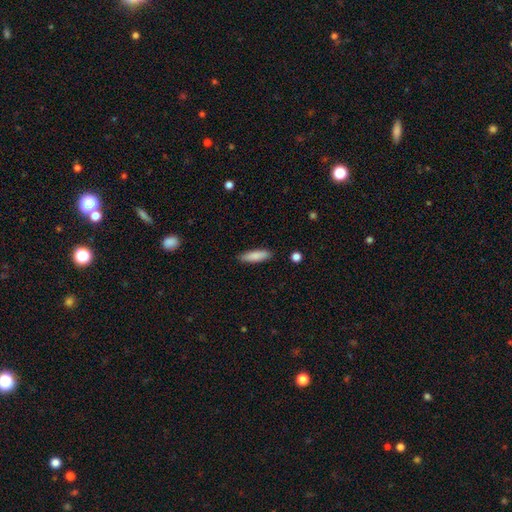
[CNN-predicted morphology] type=smooth (86%); roundness=cigar-shaped (61%); merging=none (88%).